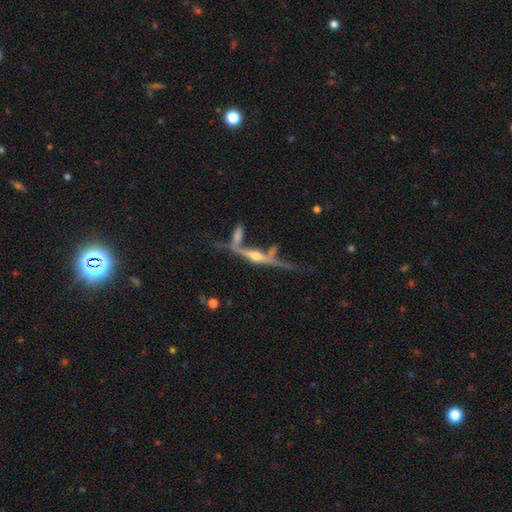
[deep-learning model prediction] Smooth or featured: featured or disk — 81% (smooth — 11%)
Edge-on disk: yes — 92% (no — 8%)
Edge-on bulge: rounded — 89% (none — 6%)
Merging: none — 45% (merger — 27%)